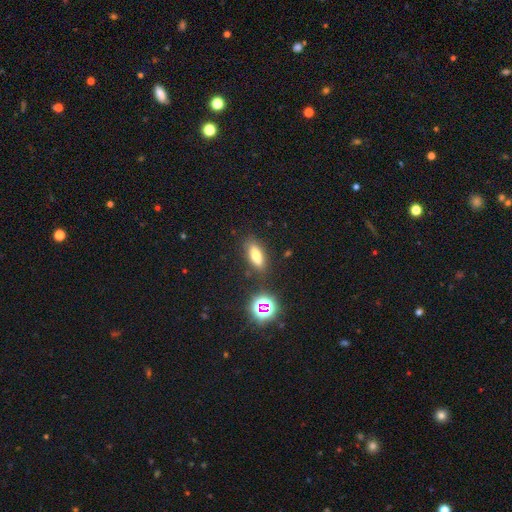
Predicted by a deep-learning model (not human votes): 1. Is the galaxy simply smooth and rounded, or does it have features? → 68% smooth, 17% featured or disk, 15% star or artifact.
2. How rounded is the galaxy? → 61% in between, 34% cigar-shaped, 5% round.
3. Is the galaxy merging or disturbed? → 81% none, 11% minor disturbance, 4% merger, 3% major disturbance.